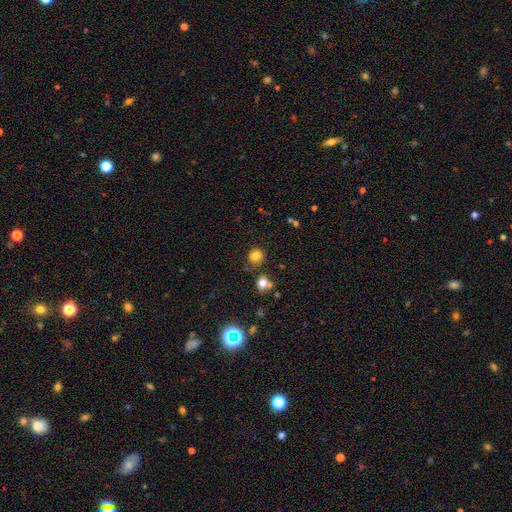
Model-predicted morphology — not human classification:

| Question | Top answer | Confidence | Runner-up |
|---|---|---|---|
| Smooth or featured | smooth | 79% | star or artifact (15%) |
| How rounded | round | 71% | in between (28%) |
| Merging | none | 76% | minor disturbance (12%) |